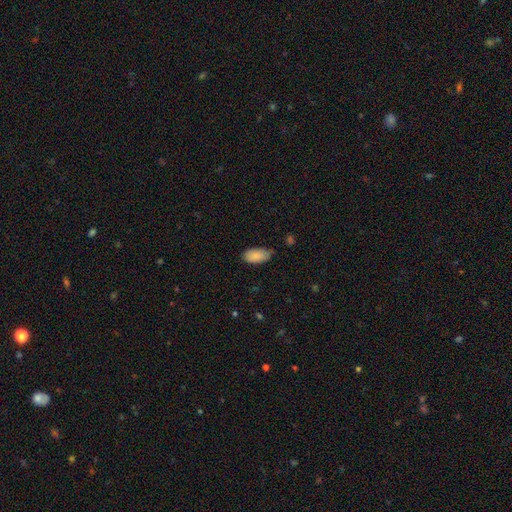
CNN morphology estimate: Q: Smooth or featured?
A: smooth (88%); runner-up: star or artifact (7%)
Q: How rounded?
A: in between (94%); runner-up: cigar-shaped (4%)
Q: Merging?
A: none (63%); runner-up: minor disturbance (31%)